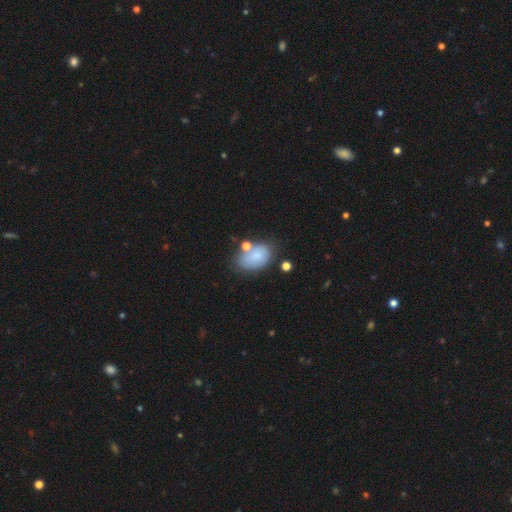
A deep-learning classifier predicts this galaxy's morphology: A smooth galaxy with no disk features (77%) that is in between round and cigar-shaped (83%). Merging: none (52%).